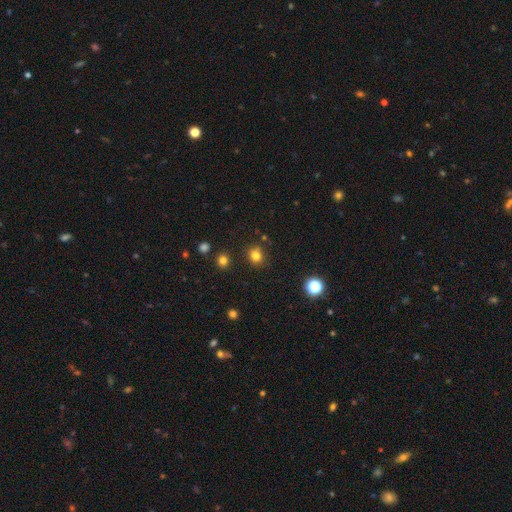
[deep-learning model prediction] Overall: smooth (79%). How rounded: round (81%). Merging: none (84%).